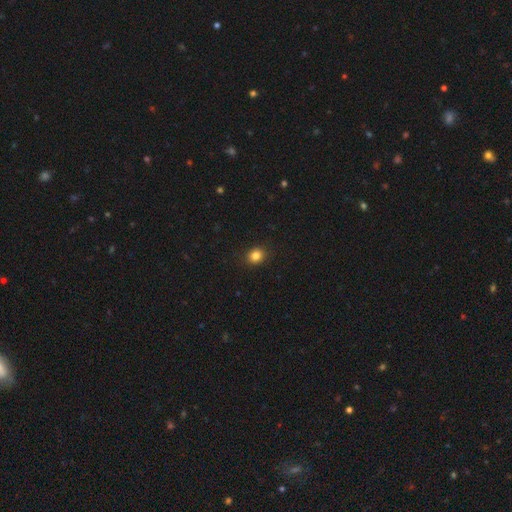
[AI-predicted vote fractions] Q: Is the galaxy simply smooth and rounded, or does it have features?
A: smooth — 83%.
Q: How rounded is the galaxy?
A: round — 70%.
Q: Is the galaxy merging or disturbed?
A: none — 90%.